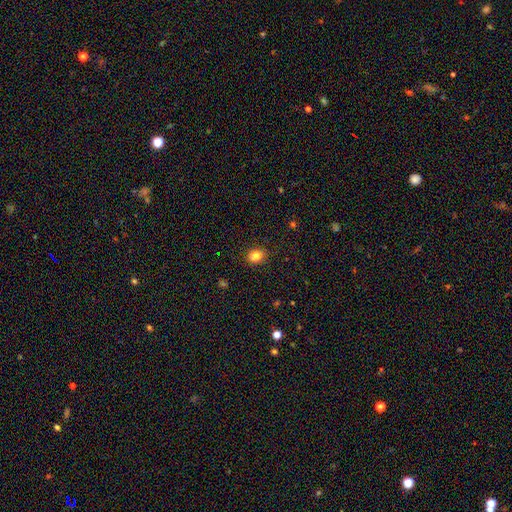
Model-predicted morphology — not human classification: Smooth or featured? Predicted: smooth (p=0.82). How rounded? Predicted: in between (p=0.53). Merging? Predicted: none (p=0.86).